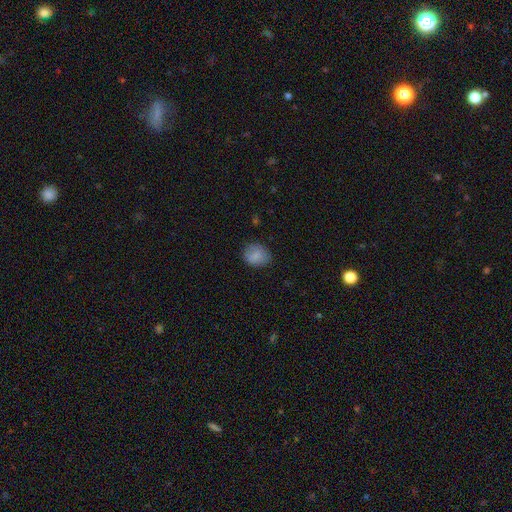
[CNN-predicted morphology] Q: Smooth or featured?
A: smooth (83%); runner-up: featured or disk (8%)
Q: How rounded?
A: round (62%); runner-up: in between (37%)
Q: Merging?
A: none (77%); runner-up: minor disturbance (17%)